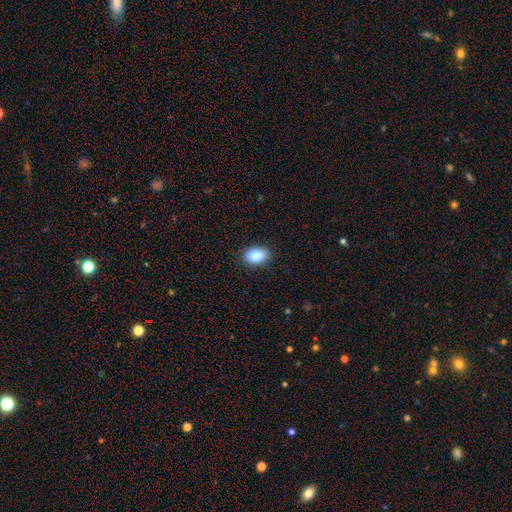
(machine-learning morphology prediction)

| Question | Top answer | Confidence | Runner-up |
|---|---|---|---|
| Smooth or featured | smooth | 88% | star or artifact (8%) |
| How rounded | in between | 88% | round (11%) |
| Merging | none | 87% | minor disturbance (10%) |